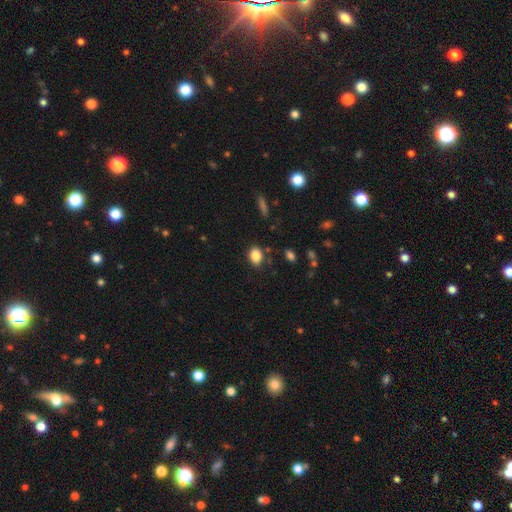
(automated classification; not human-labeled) Morphology: type=smooth (85%); roundness=in between (66%); merging=none (82%).